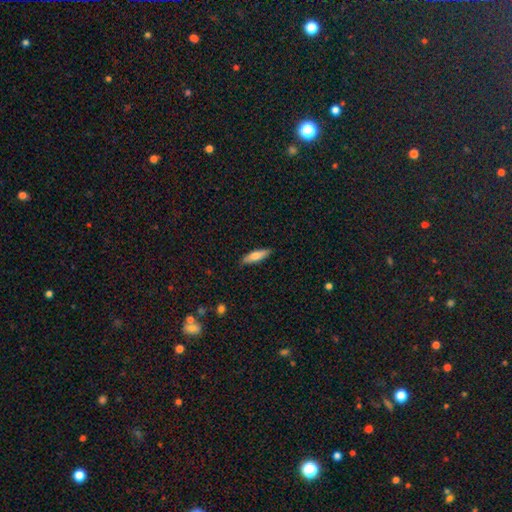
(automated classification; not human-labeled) Smooth or featured? Predicted: smooth (p=0.70). How rounded? Predicted: cigar-shaped (p=0.63). Merging? Predicted: none (p=0.86).